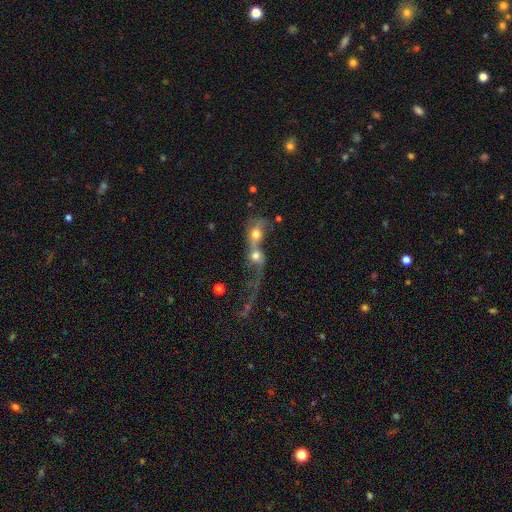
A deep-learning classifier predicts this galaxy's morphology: smooth 53%, featured or disk 33%, star or artifact 14%. Down the decision tree: how rounded — round (59%); merging — merger (80%).